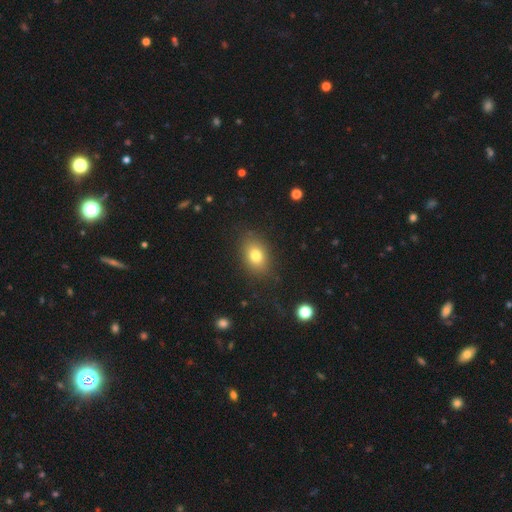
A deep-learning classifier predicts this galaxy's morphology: Smooth or featured?
  - smooth: 78% *
  - star or artifact: 11%
  - featured or disk: 11%
How rounded?
  - in between: 75% *
  - round: 24%
  - cigar-shaped: 1%
Merging?
  - none: 84% *
  - minor disturbance: 11%
  - major disturbance: 4%
  - merger: 1%